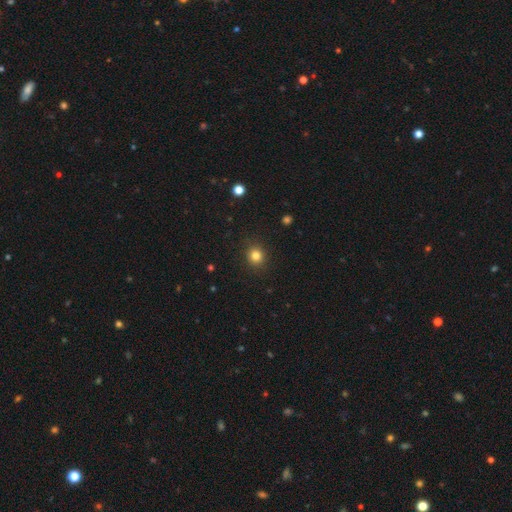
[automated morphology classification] Smooth or featured? Predicted: smooth (p=0.82). How rounded? Predicted: round (p=0.84). Merging? Predicted: none (p=0.90).